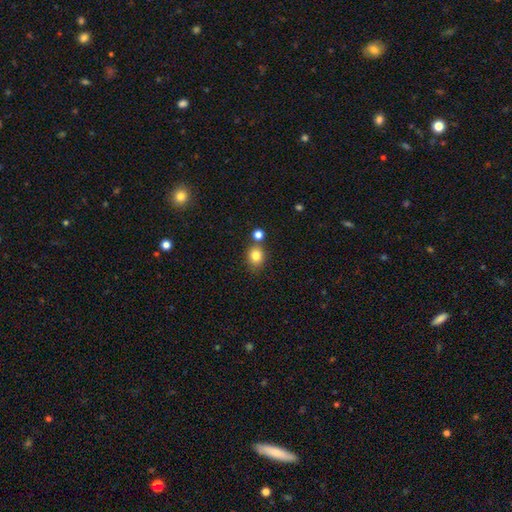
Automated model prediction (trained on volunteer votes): Smooth or featured: smooth — 81% (star or artifact — 12%)
How rounded: round — 72% (in between — 27%)
Merging: none — 69% (merger — 17%)